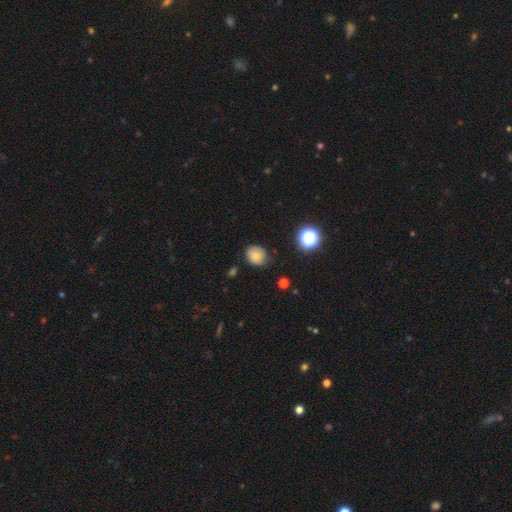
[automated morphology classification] smooth 74%, featured or disk 13%, star or artifact 13%. Down the decision tree: how rounded — round (72%); merging — none (71%).